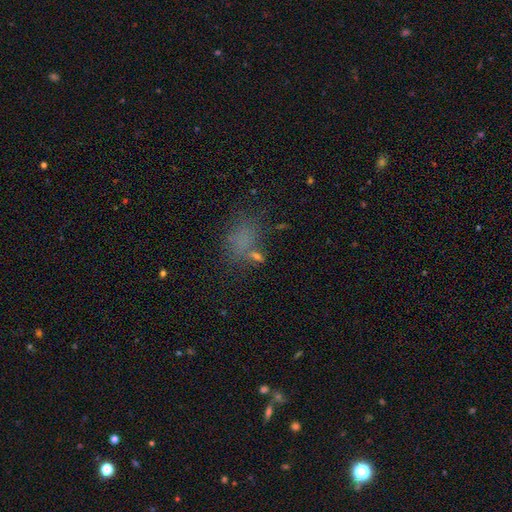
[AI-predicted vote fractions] This appears to be a smooth galaxy with no disk features (60%) that is in between round and cigar-shaped (74%). Merging: none (52%).